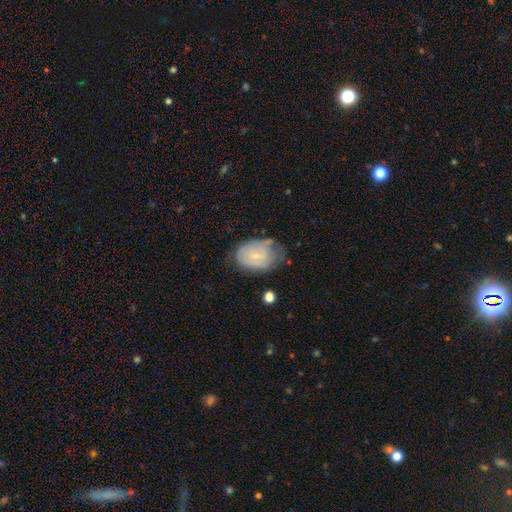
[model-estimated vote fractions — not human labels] featured or disk 47%, smooth 45%, star or artifact 8%. Down the decision tree: merging — none (46%).